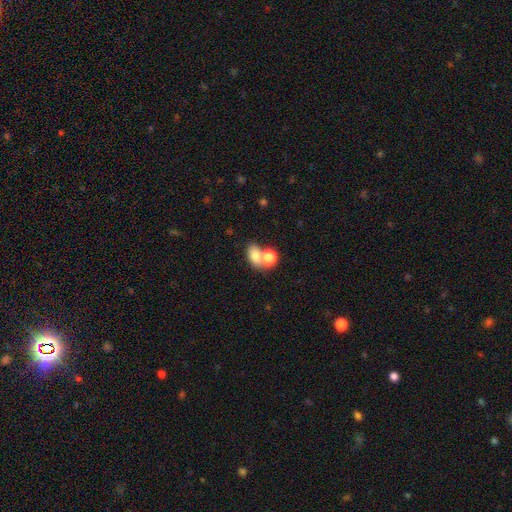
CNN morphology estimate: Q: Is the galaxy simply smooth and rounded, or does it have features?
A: smooth — 76%.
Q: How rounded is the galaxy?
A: in between — 72%.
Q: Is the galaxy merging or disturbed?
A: merger — 48%.